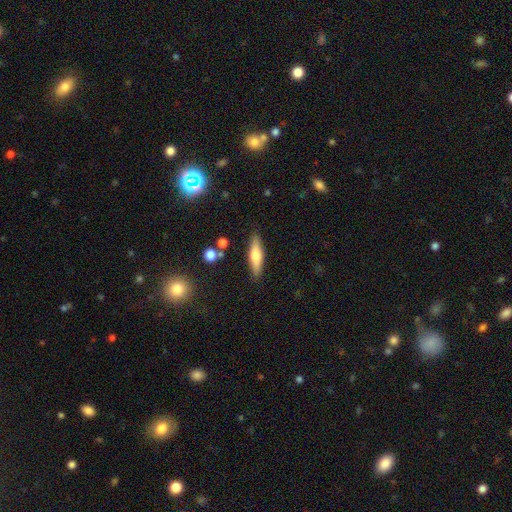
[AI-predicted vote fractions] This appears to be a smooth galaxy with no disk features (57%) that is cigar-shaped (67%). Merging: none (86%).